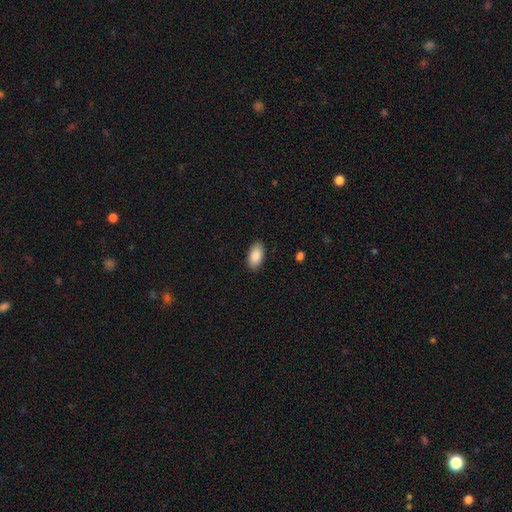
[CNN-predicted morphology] type=smooth (89%); roundness=in between (95%); merging=none (89%).